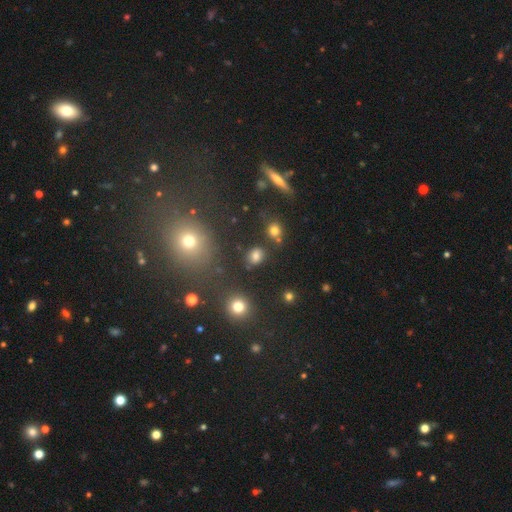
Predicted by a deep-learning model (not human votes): The model was most divided on "how rounded": round: 55%, in between: 43%, cigar-shaped: 1%. More confident: merging — none (79%); smooth or featured — smooth (77%).